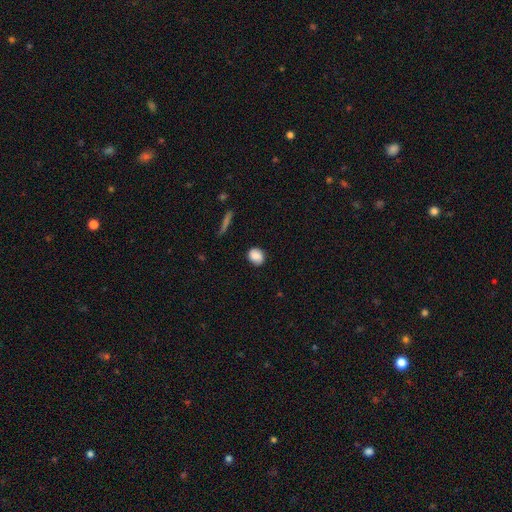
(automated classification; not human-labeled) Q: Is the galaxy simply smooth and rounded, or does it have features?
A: smooth — 84%.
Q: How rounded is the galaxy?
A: round — 64%.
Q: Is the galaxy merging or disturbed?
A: none — 81%.